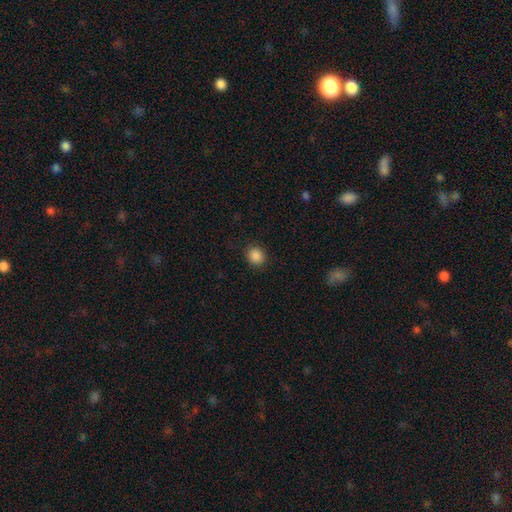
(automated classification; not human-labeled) The model was most divided on "how rounded": round: 81%, in between: 18%, cigar-shaped: 1%. More confident: merging — none (89%); smooth or featured — smooth (87%).